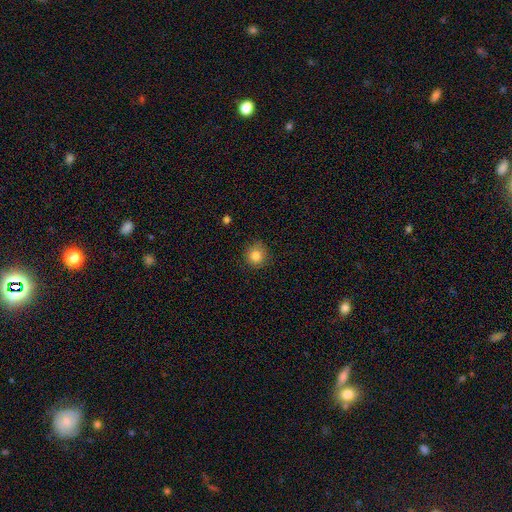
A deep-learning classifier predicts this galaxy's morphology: smooth 82%, star or artifact 11%, featured or disk 7%. Down the decision tree: how rounded — round (91%); merging — none (85%).